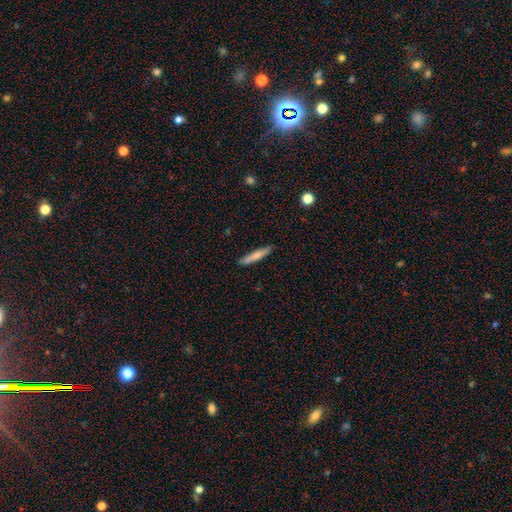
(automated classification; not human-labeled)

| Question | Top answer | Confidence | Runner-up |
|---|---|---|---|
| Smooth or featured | smooth | 72% | featured or disk (22%) |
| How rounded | cigar-shaped | 91% | in between (8%) |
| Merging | none | 87% | minor disturbance (10%) |